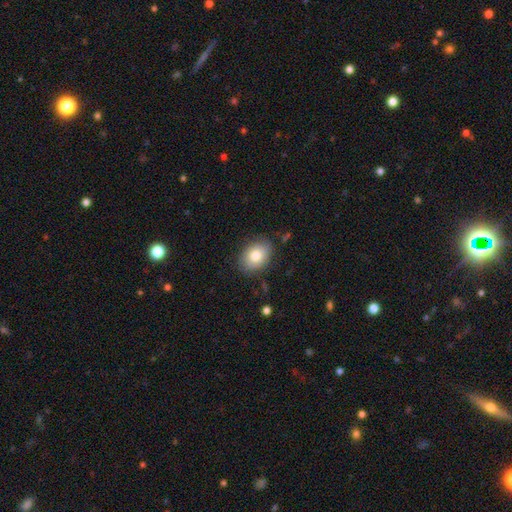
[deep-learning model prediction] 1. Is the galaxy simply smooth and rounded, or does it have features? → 79% smooth, 13% featured or disk, 8% star or artifact.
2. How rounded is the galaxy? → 63% in between, 36% round, 1% cigar-shaped.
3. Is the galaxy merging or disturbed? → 79% none, 16% minor disturbance, 4% major disturbance, 1% merger.